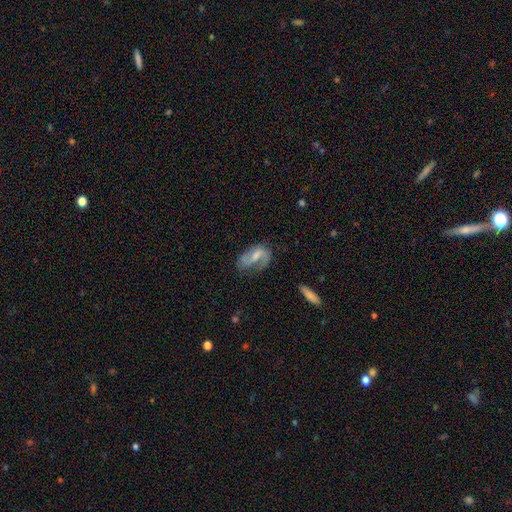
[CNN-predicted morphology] Smooth or featured?
  - featured or disk: 64% *
  - smooth: 28%
  - star or artifact: 7%
Edge-on disk?
  - no: 96% *
  - yes: 4%
Bar?
  - weak: 50% *
  - no: 27%
  - strong: 23%
Spiral arms?
  - yes: 84% *
  - no: 16%
Spiral winding?
  - loose: 44% *
  - medium: 40%
  - tight: 15%
Spiral arm count?
  - 2: 69% *
  - 1: 19%
  - can't tell: 9%
  - 3: 1%
  - 4: 1%
  - more than 4: 1%
Bulge size?
  - moderate: 35% *
  - small: 34%
  - none: 25%
  - large: 6%
  - dominant: 1%
Merging?
  - none: 50% *
  - minor disturbance: 26%
  - major disturbance: 21%
  - merger: 3%